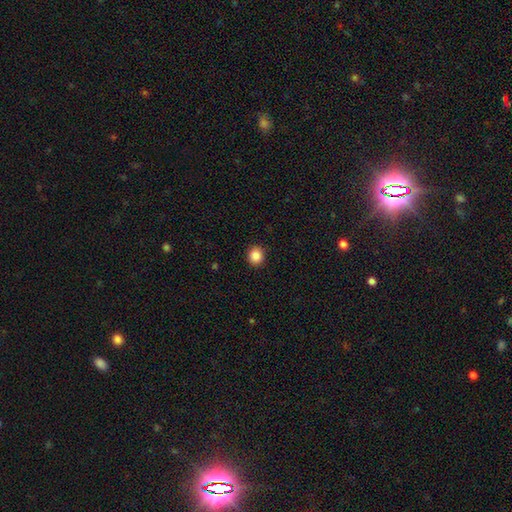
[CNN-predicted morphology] Smooth or featured?
  - smooth: 87% *
  - star or artifact: 10%
  - featured or disk: 3%
How rounded?
  - round: 84% *
  - in between: 15%
  - cigar-shaped: 1%
Merging?
  - none: 91% *
  - minor disturbance: 6%
  - major disturbance: 2%
  - merger: 1%